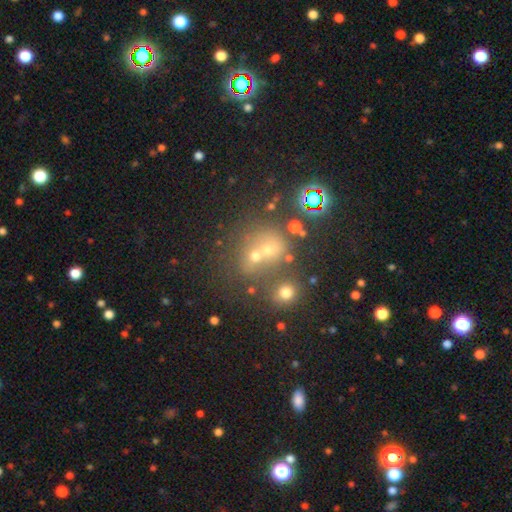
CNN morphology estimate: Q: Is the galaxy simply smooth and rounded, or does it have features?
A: smooth — 59%.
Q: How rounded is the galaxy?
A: round — 74%.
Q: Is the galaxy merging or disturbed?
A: merger — 46%.